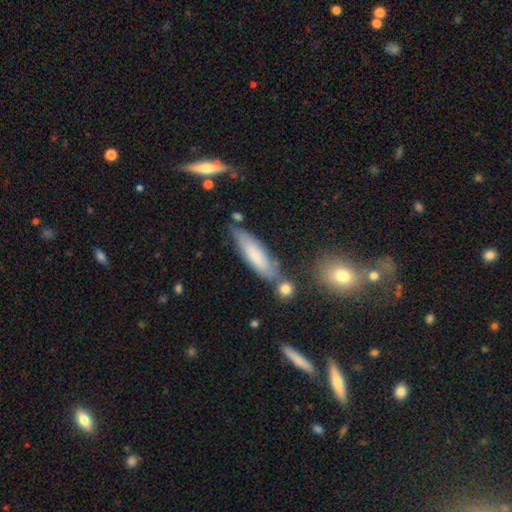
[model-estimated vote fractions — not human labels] Smooth or featured? smooth (68%)
How rounded? cigar-shaped (63%)
Merging? none (68%)